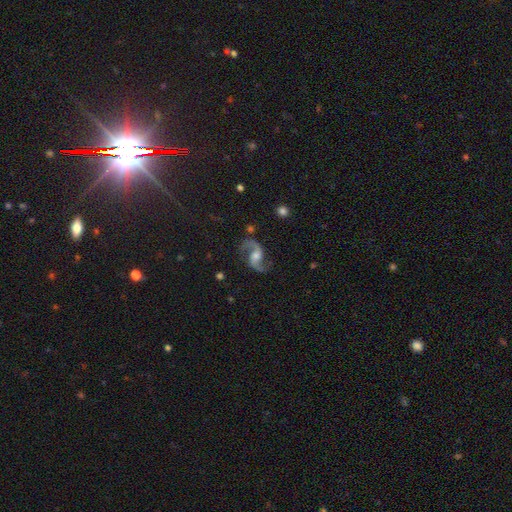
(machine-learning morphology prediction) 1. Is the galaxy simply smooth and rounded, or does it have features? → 91% featured or disk, 5% star or artifact, 4% smooth.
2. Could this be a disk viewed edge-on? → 98% no, 2% yes.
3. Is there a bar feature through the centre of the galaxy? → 50% no, 38% weak, 11% strong.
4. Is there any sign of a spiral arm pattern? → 98% yes, 2% no.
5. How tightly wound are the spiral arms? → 64% loose, 31% medium, 5% tight.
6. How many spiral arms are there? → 94% 2, 1% 1, 1% can't tell, 1% 3, 1% 4, 1% more than 4.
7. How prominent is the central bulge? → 54% moderate, 24% small, 12% large, 7% none, 2% dominant.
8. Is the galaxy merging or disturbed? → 79% none, 13% minor disturbance, 6% major disturbance, 2% merger.